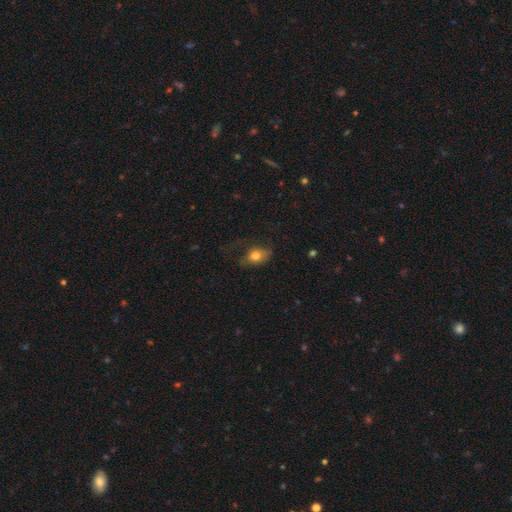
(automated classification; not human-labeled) Morphology: type=smooth (74%); roundness=in between (74%); merging=none (50%).